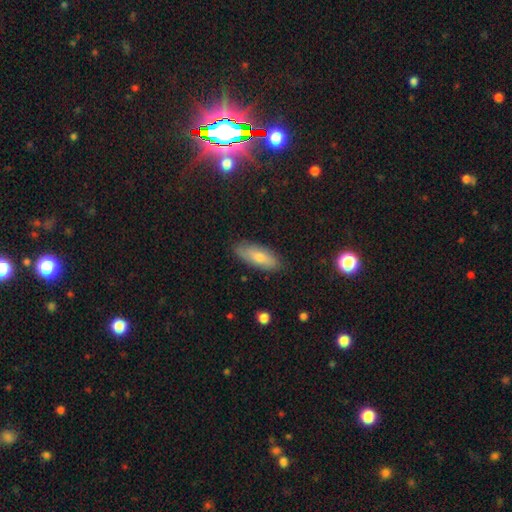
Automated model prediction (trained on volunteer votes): This is possibly a smooth galaxy (59%). How rounded: likely in between (66%). Merging: clearly none (85%).